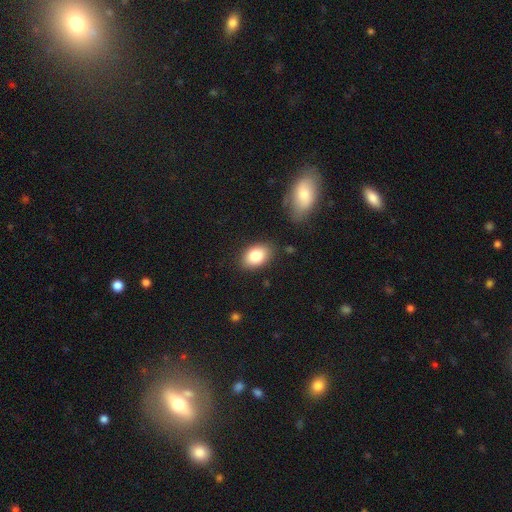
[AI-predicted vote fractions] Morphology: type=smooth (83%); roundness=in between (83%); merging=none (83%).